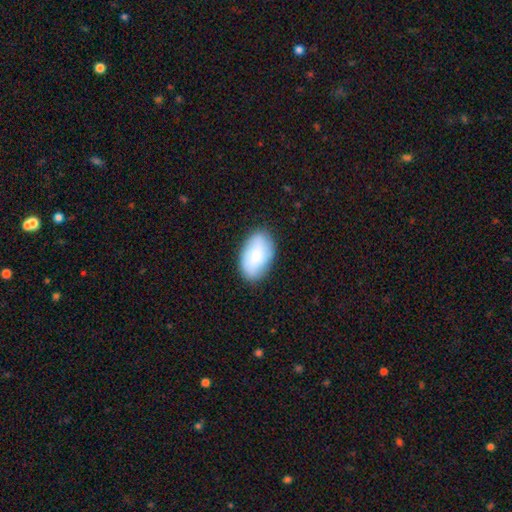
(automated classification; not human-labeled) smooth 79%, featured or disk 15%, star or artifact 7%. Down the decision tree: how rounded — in between (93%); merging — none (82%).